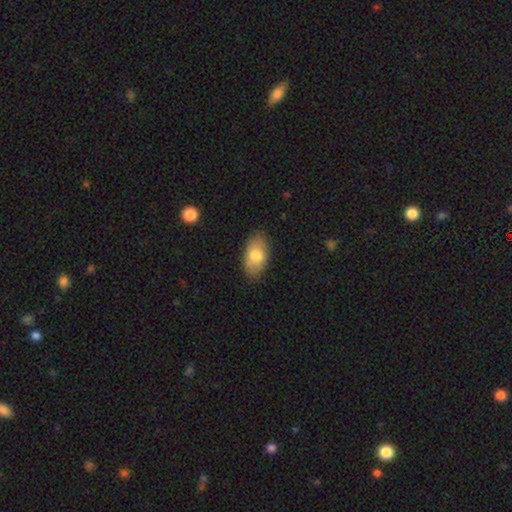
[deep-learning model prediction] Morphology: type=smooth (78%); roundness=in between (93%); merging=none (83%).